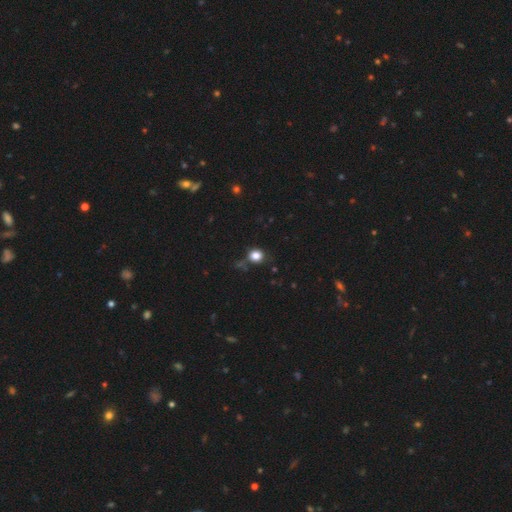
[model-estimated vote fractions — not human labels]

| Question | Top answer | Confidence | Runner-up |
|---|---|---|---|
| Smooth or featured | smooth | 81% | star or artifact (13%) |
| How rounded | round | 78% | in between (21%) |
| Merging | none | 73% | minor disturbance (15%) |